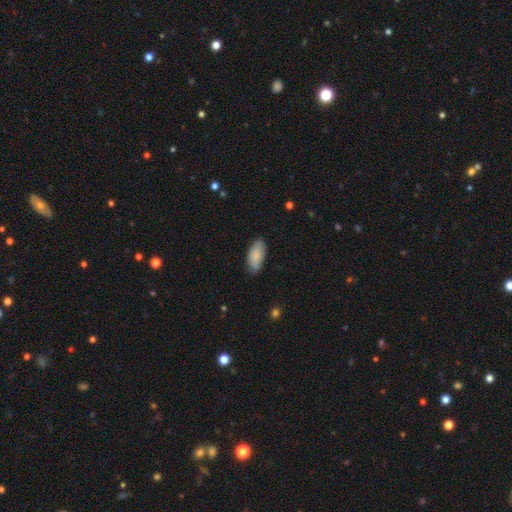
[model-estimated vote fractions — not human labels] The model was most divided on "merging": none: 81%, minor disturbance: 16%, major disturbance: 3%, merger: 1%. More confident: how rounded — in between (91%); smooth or featured — smooth (85%).